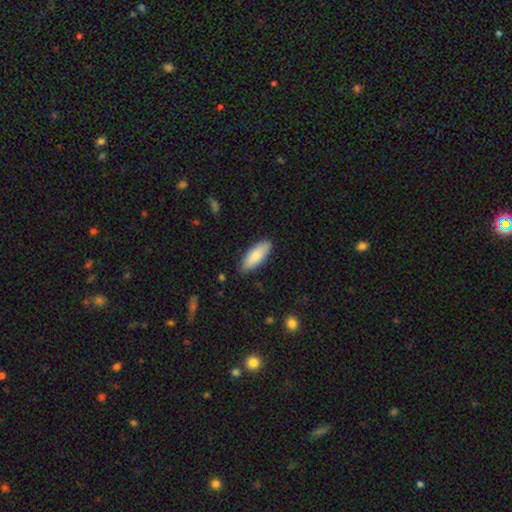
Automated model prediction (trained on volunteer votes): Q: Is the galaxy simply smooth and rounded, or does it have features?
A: smooth — 84%.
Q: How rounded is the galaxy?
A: in between — 72%.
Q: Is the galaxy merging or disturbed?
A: none — 86%.